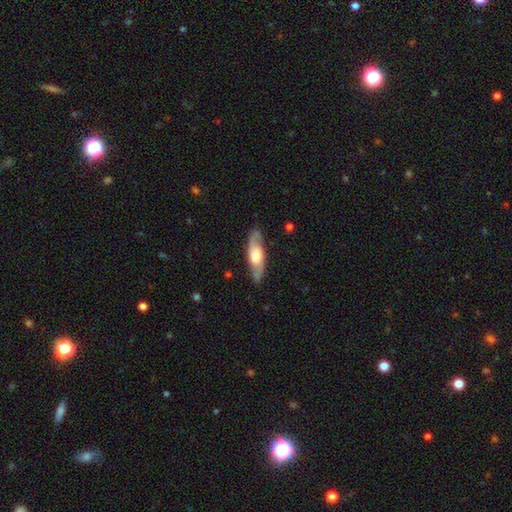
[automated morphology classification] smooth-or-featured: featured or disk: 64% | smooth: 31% | star or artifact: 5%
  disk-edge-on: no: 71% | yes: 29%
  merging: none: 85% | minor disturbance: 11% | major disturbance: 3% | merger: 1%